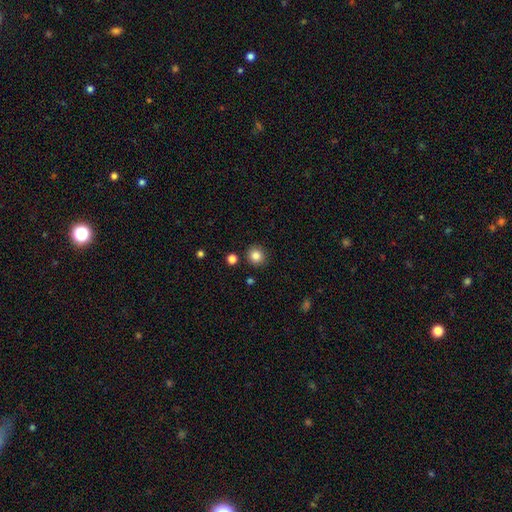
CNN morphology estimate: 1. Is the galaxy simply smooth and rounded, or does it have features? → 85% smooth, 11% star or artifact, 5% featured or disk.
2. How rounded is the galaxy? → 91% round, 8% in between, 1% cigar-shaped.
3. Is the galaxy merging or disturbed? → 88% none, 7% minor disturbance, 3% merger, 2% major disturbance.